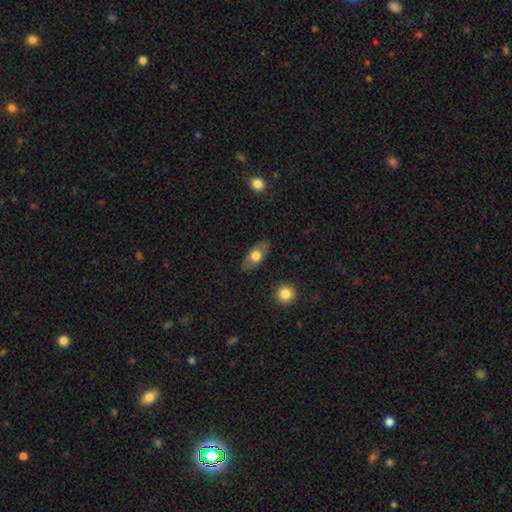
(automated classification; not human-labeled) A smooth galaxy with no disk features (59%) that is in between round and cigar-shaped (85%).

Vote fractions:
- Smooth or featured? smooth: 59% / featured or disk: 35% / star or artifact: 6%
- How rounded? in between: 85% / cigar-shaped: 7% / round: 7%
- Merging? none: 82% / minor disturbance: 13% / major disturbance: 3% / merger: 2%